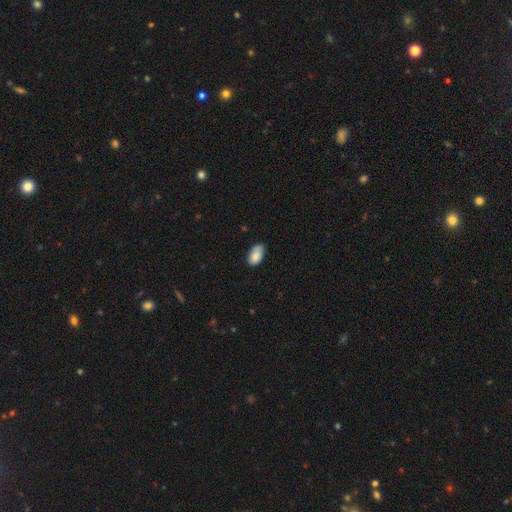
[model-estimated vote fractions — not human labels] Smooth or featured? smooth (81%)
How rounded? in between (93%)
Merging? none (62%)